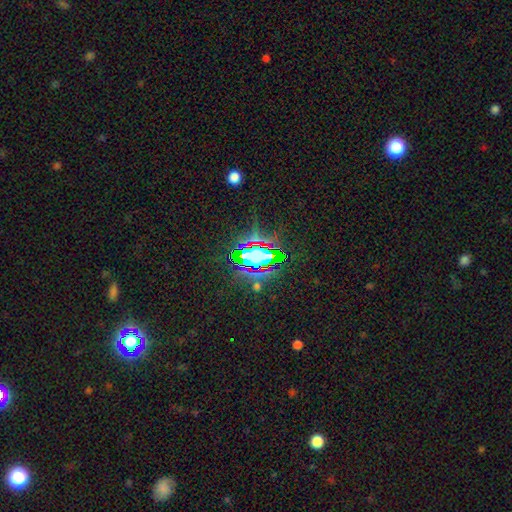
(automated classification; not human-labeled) smooth_or_featured: star or artifact (p=0.67) [alt: smooth p=0.19]